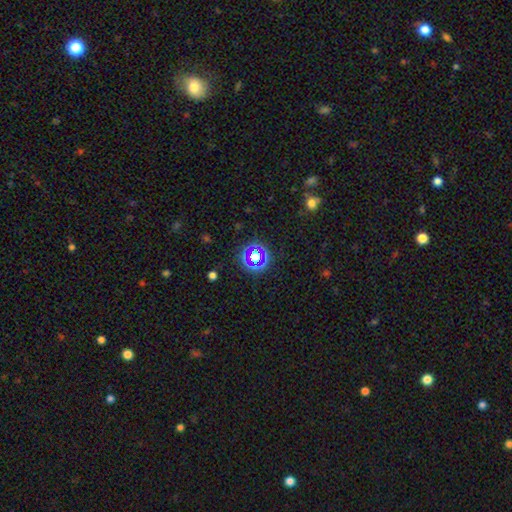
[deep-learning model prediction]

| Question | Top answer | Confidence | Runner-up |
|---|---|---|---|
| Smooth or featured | star or artifact | 60% | smooth (28%) |